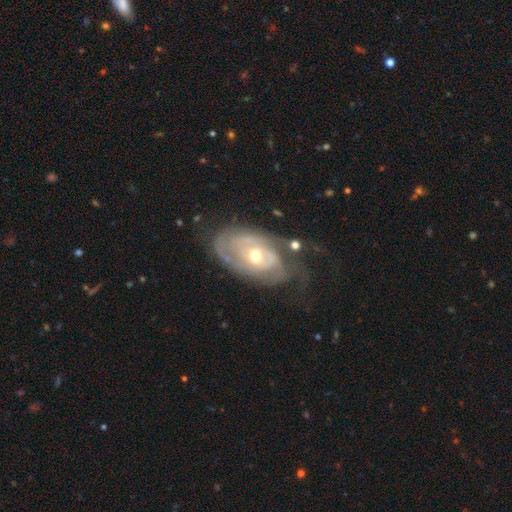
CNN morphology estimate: featured or disk 79%, smooth 16%, star or artifact 6%. Down the decision tree: edge-on disk — no (94%); bar — no (75%); spiral arms — yes (78%); spiral arm count — can't tell (46%); spiral winding — tight (65%); bulge size — moderate (61%); merging — none (48%).